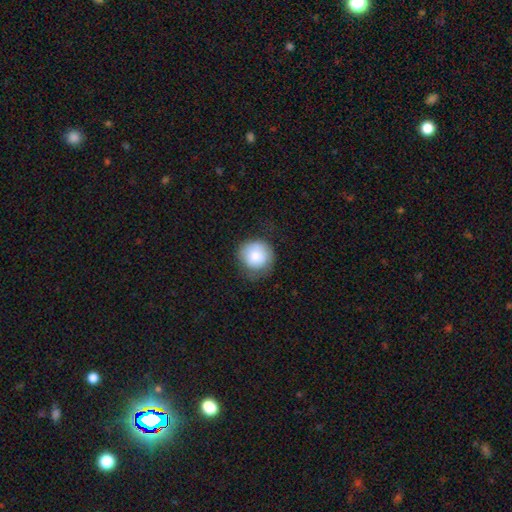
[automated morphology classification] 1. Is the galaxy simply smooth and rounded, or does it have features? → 77% smooth, 16% featured or disk, 8% star or artifact.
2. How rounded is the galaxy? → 92% round, 7% in between, 1% cigar-shaped.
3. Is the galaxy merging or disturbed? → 68% none, 22% minor disturbance, 9% major disturbance, 1% merger.